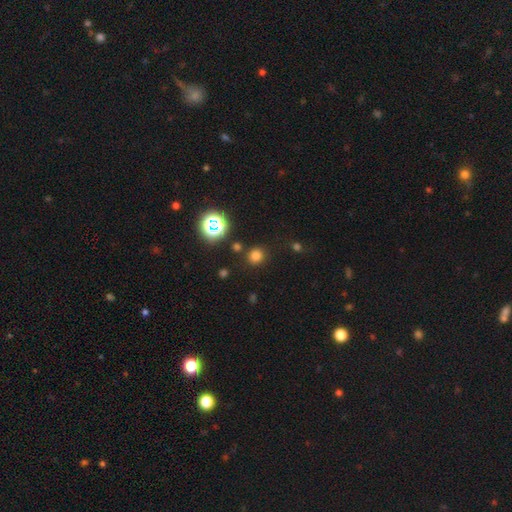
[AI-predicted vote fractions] Overall: smooth (74%). How rounded: round (89%). Merging: none (86%).